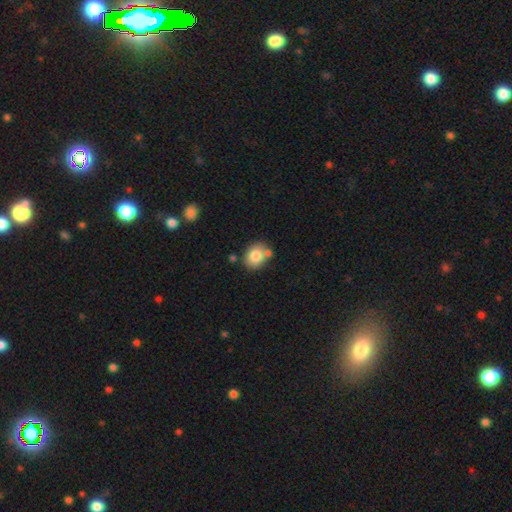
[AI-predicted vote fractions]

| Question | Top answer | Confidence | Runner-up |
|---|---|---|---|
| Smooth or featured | smooth | 81% | featured or disk (10%) |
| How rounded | round | 55% | in between (44%) |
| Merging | none | 66% | merger (16%) |